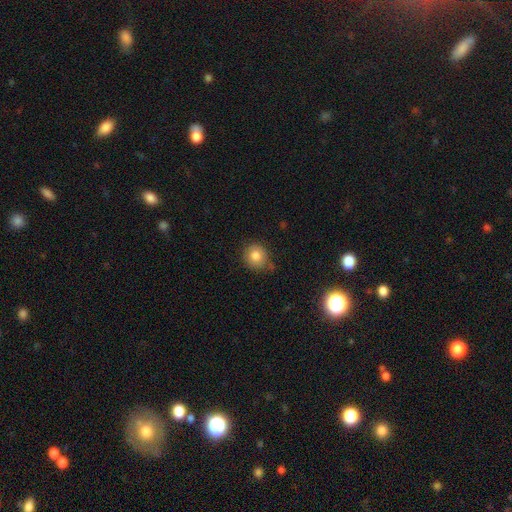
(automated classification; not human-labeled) Smooth or featured? smooth (83%)
How rounded? round (87%)
Merging? none (77%)